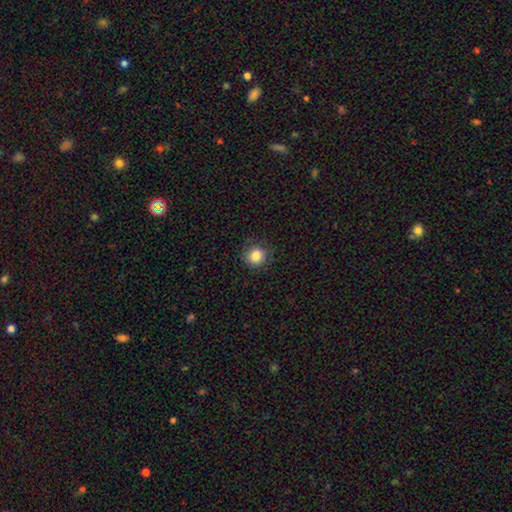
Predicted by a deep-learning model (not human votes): This appears to be a smooth galaxy with no disk features (85%) that is round (89%). Merging: none (85%).